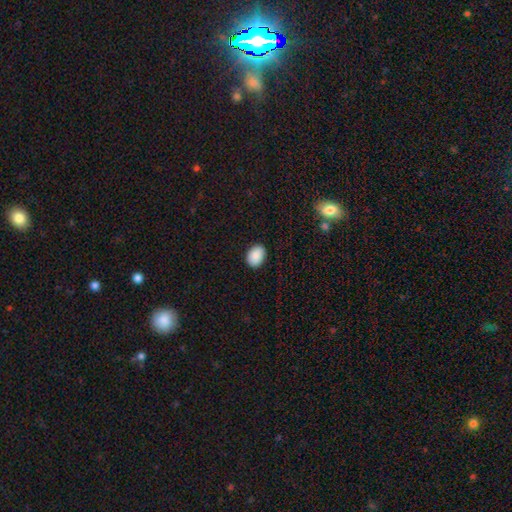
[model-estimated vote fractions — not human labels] The model was most divided on "how rounded": in between: 78%, round: 21%, cigar-shaped: 1%. More confident: smooth or featured — smooth (90%); merging — none (89%).